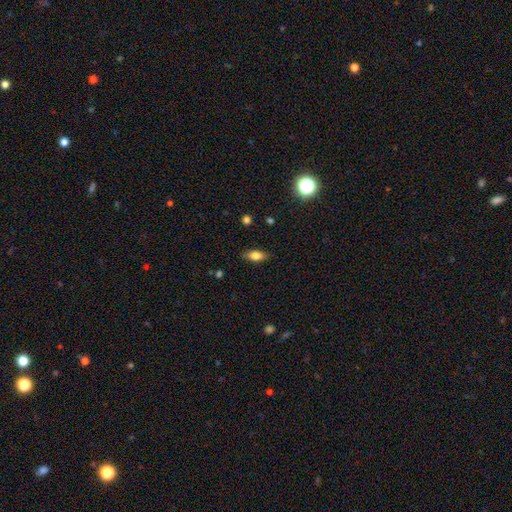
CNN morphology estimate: type=smooth (75%); roundness=in between (81%); merging=none (85%).